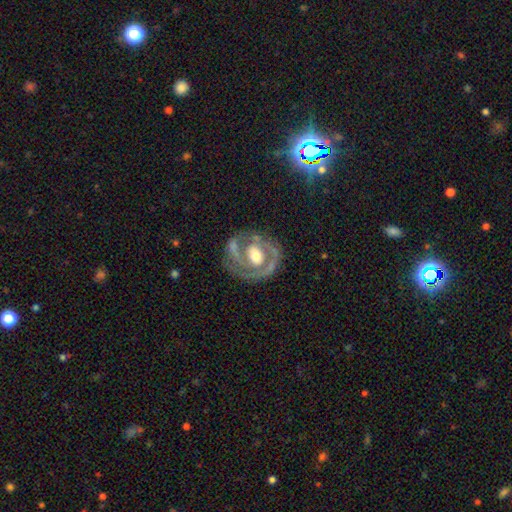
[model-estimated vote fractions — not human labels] Smooth or featured? featured or disk (81%)
Edge-on disk? no (97%)
Bar? no (56%)
Spiral arms? yes (79%)
Spiral winding? tight (55%)
Spiral arm count? 2 (52%)
Bulge size? moderate (66%)
Merging? none (65%)